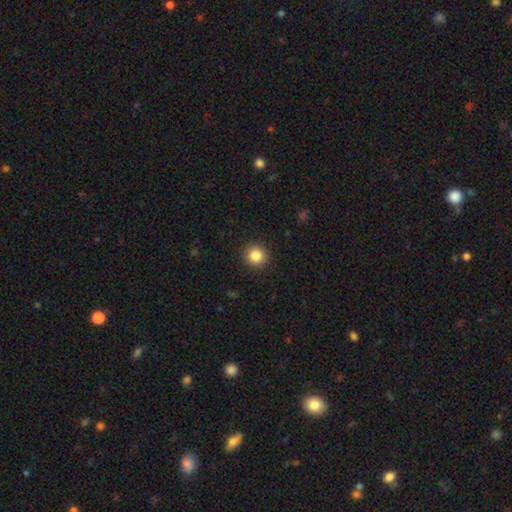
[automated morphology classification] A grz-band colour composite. It shows a smooth galaxy with no disk features (85%) that is round (93%). Merging: none (92%).